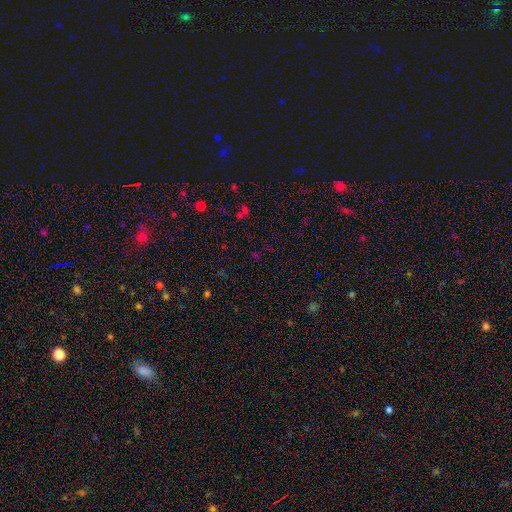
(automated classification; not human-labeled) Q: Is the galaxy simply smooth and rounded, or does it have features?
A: star or artifact — 61%.